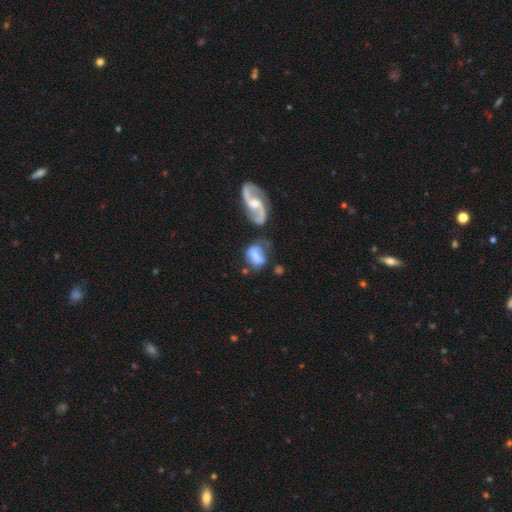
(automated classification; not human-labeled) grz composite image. It shows a featured or disk galaxy (47%). Merging: none (39%).